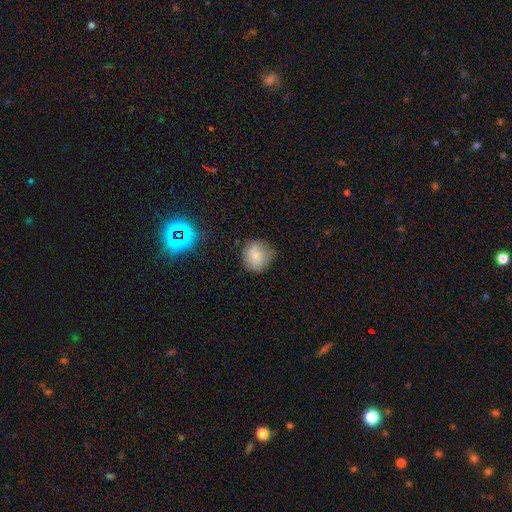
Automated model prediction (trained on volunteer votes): smooth-or-featured: smooth: 79% | featured or disk: 11% | star or artifact: 10%
  how-rounded: round: 87% | in between: 12% | cigar-shaped: 1%
  merging: none: 65% | minor disturbance: 26% | major disturbance: 6% | merger: 2%